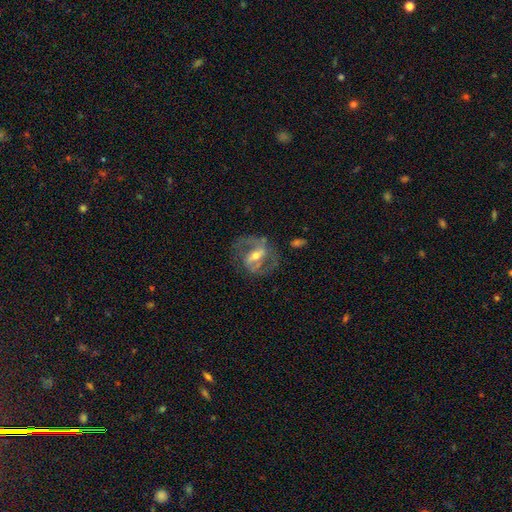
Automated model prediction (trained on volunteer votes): smooth_or_featured: featured or disk (p=0.82) [alt: smooth p=0.12]
disk_edge_on: no (p=0.95) [alt: yes p=0.05]
bar: strong (p=0.52) [alt: weak p=0.34]
has_spiral_arms: yes (p=0.83) [alt: no p=0.17]
spiral_winding: medium (p=0.53) [alt: tight p=0.24]
spiral_arm_count: 2 (p=0.83) [alt: can't tell p=0.09]
bulge_size: moderate (p=0.58) [alt: small p=0.35]
merging: none (p=0.67) [alt: minor disturbance p=0.16]